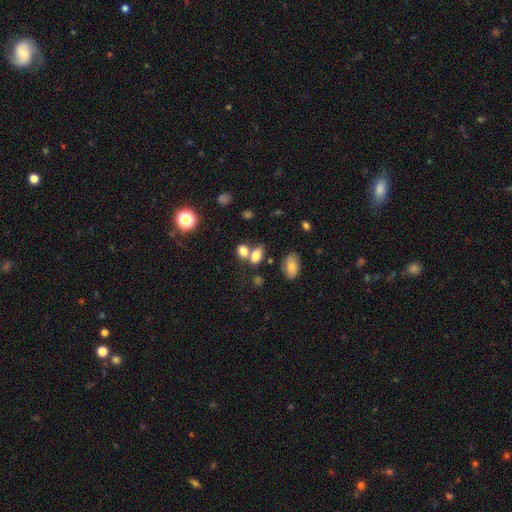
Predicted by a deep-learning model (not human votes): This appears to be a smooth galaxy with no disk features (78%) that is in between round and cigar-shaped (72%). Merging: none (42%).